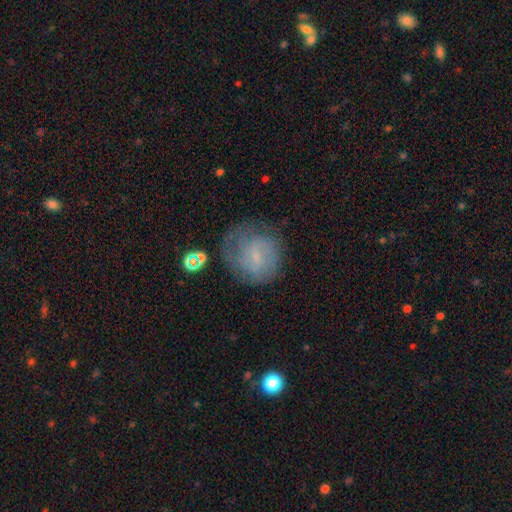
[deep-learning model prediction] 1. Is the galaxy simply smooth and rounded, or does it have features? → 54% featured or disk, 36% smooth, 10% star or artifact.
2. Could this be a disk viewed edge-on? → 97% no, 3% yes.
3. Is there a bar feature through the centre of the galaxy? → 48% weak, 44% no, 8% strong.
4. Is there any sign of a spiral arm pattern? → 82% yes, 18% no.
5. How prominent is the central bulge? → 67% small, 19% none, 12% moderate, 1% large, 1% dominant.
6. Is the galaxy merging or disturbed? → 63% none, 21% minor disturbance, 14% major disturbance, 2% merger.